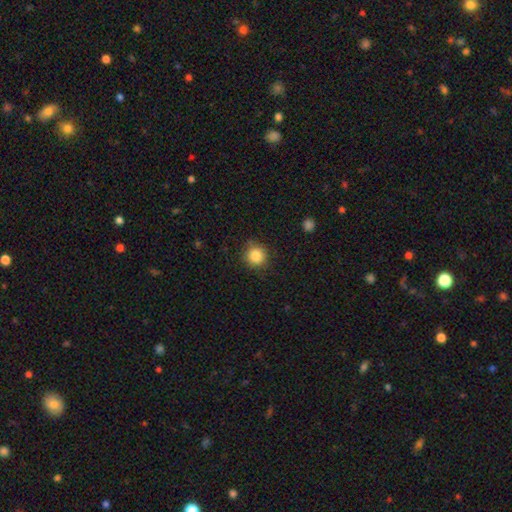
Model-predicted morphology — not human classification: smooth 86%, star or artifact 10%, featured or disk 4%. Down the decision tree: how rounded — round (93%); merging — none (86%).